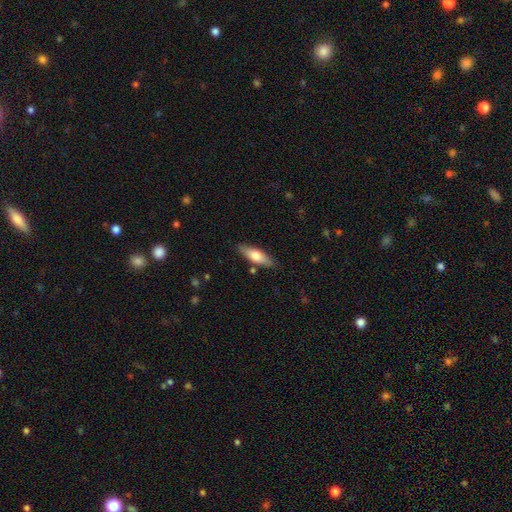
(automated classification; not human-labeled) Smooth or featured? Predicted: smooth (p=0.66). How rounded? Predicted: in between (p=0.53). Merging? Predicted: none (p=0.83).